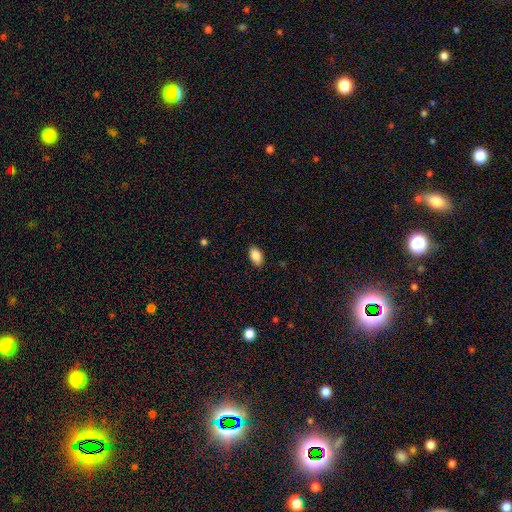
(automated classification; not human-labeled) The model was most divided on "merging": none: 88%, minor disturbance: 10%, major disturbance: 2%, merger: 1%. More confident: how rounded — in between (92%); smooth or featured — smooth (87%).